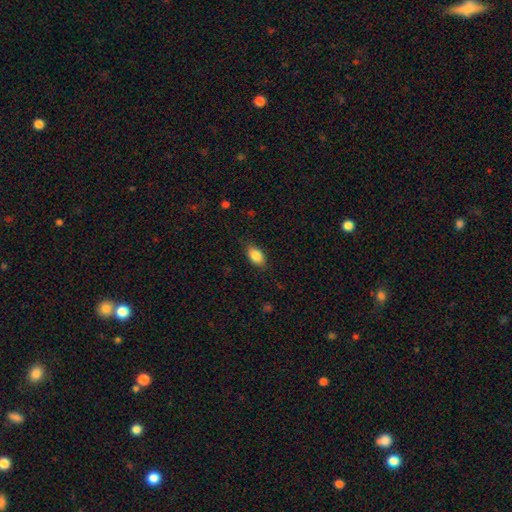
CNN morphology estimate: smooth 85%, star or artifact 8%, featured or disk 7%. Down the decision tree: how rounded — in between (88%); merging — none (83%).